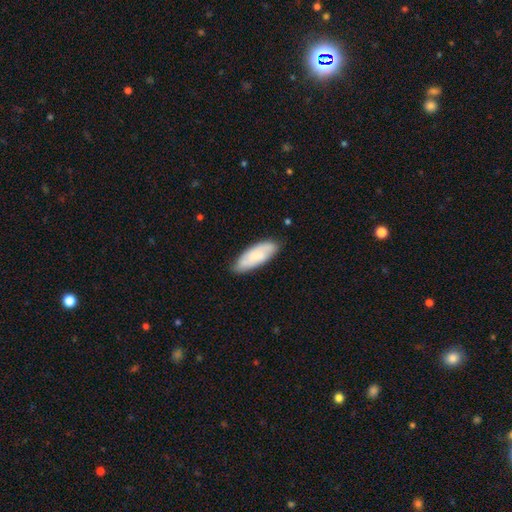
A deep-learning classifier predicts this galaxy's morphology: smooth-or-featured: smooth: 70% | featured or disk: 24% | star or artifact: 6%
  how-rounded: in between: 70% | cigar-shaped: 28% | round: 2%
  merging: none: 80% | minor disturbance: 16% | major disturbance: 3% | merger: 1%